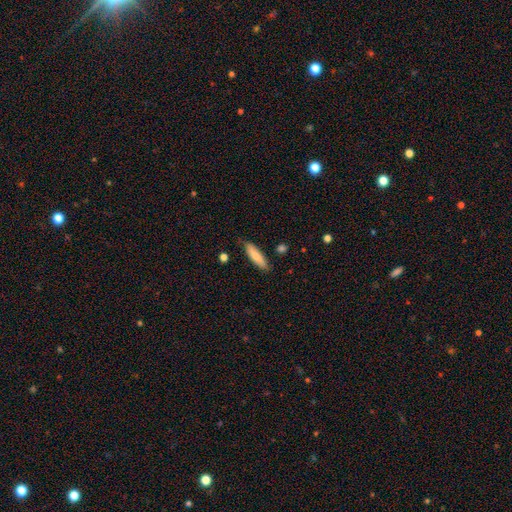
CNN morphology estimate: Smooth or featured?
  - smooth: 77% *
  - featured or disk: 17%
  - star or artifact: 6%
How rounded?
  - cigar-shaped: 67% *
  - in between: 31%
  - round: 2%
Merging?
  - none: 84% *
  - minor disturbance: 12%
  - major disturbance: 2%
  - merger: 2%